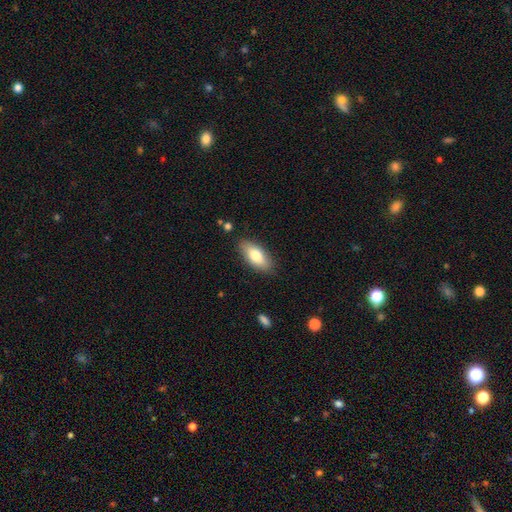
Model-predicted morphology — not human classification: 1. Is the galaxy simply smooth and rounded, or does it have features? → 77% smooth, 17% featured or disk, 6% star or artifact.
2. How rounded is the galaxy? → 85% in between, 12% cigar-shaped, 3% round.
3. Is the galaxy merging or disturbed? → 86% none, 10% minor disturbance, 2% major disturbance, 1% merger.